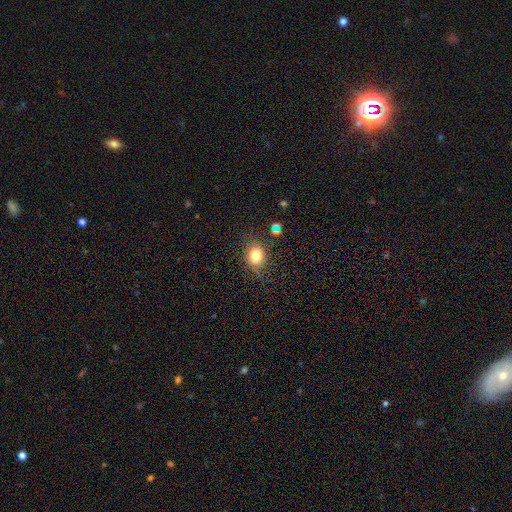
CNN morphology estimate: Q: Smooth or featured?
A: smooth (79%); runner-up: star or artifact (12%)
Q: How rounded?
A: round (60%); runner-up: in between (39%)
Q: Merging?
A: none (76%); runner-up: minor disturbance (16%)